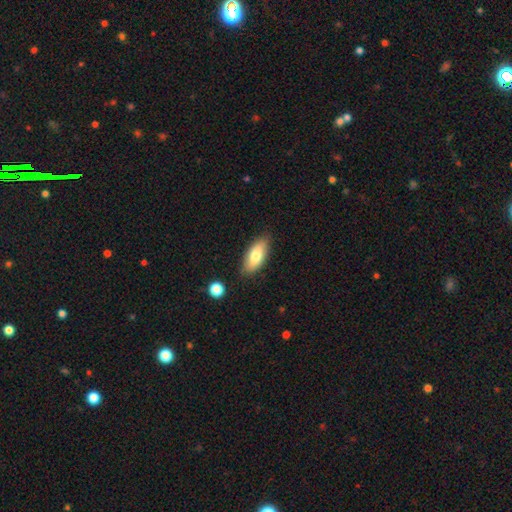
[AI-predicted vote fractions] Q: Smooth or featured?
A: smooth (75%); runner-up: featured or disk (18%)
Q: How rounded?
A: in between (84%); runner-up: cigar-shaped (13%)
Q: Merging?
A: none (83%); runner-up: minor disturbance (13%)